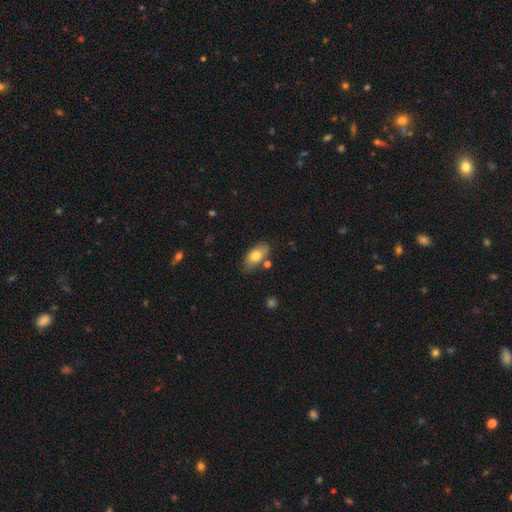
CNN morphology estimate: A smooth galaxy with no disk features (76%) that is in between round and cigar-shaped (89%). Merging: none (72%).